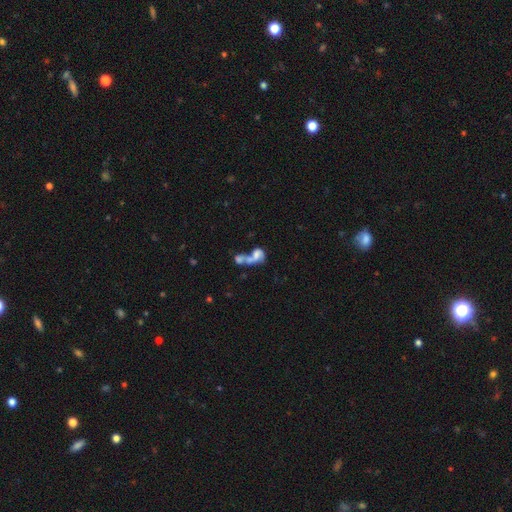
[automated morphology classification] Smooth or featured?
  - smooth: 46% *
  - featured or disk: 41%
  - star or artifact: 12%
Merging?
  - merger: 70% *
  - major disturbance: 13%
  - none: 11%
  - minor disturbance: 6%